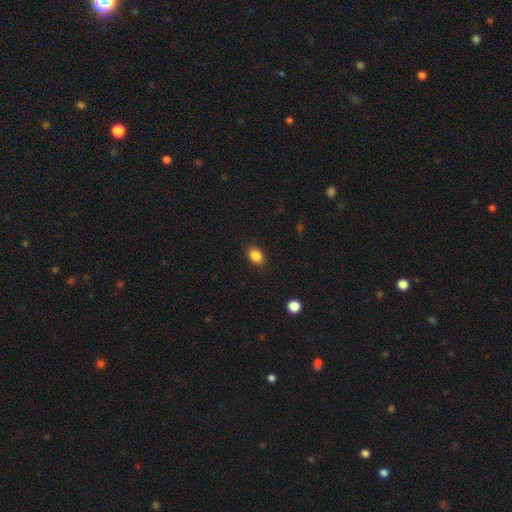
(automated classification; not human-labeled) The model was most divided on "how rounded": in between: 69%, round: 30%, cigar-shaped: 1%. More confident: merging — none (88%); smooth or featured — smooth (86%).